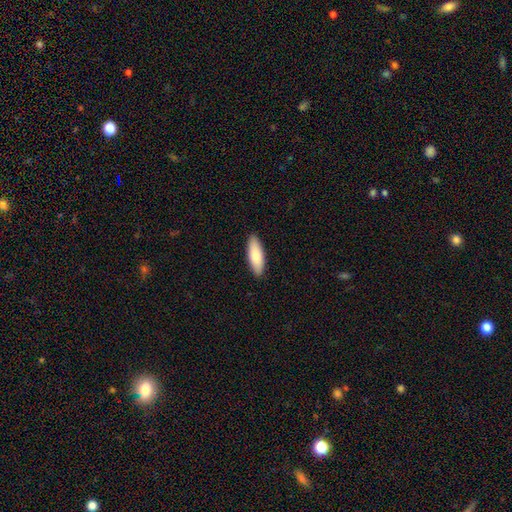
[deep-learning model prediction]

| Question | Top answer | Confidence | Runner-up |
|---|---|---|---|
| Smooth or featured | smooth | 81% | featured or disk (13%) |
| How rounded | in between | 63% | cigar-shaped (35%) |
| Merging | none | 90% | minor disturbance (7%) |